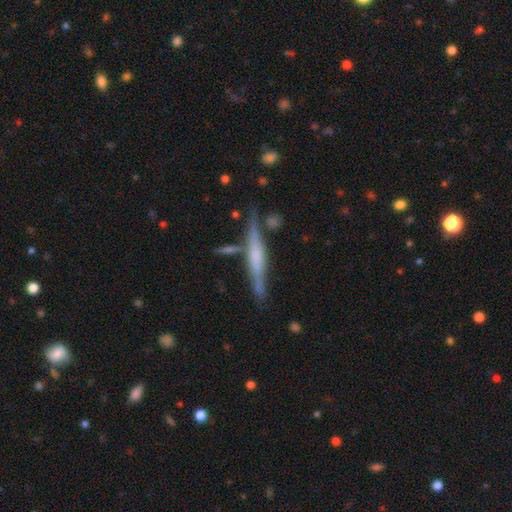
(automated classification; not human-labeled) This appears to be a featured or disk galaxy (66%) viewed edge-on (97%) with a rounded central bulge (46%). Merging: none (77%).